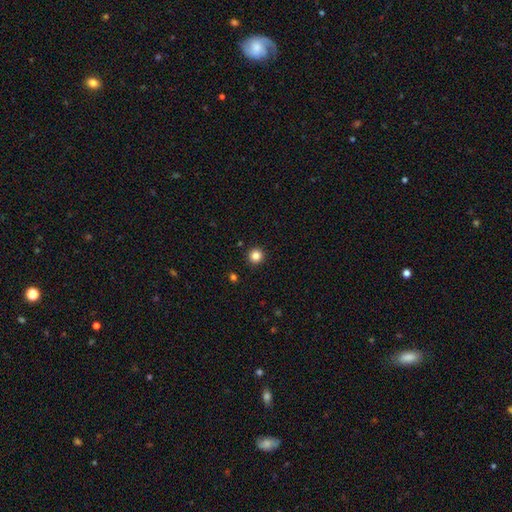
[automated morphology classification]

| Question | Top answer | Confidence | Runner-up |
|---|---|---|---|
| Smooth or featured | smooth | 84% | star or artifact (12%) |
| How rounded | round | 96% | in between (3%) |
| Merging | none | 93% | minor disturbance (4%) |